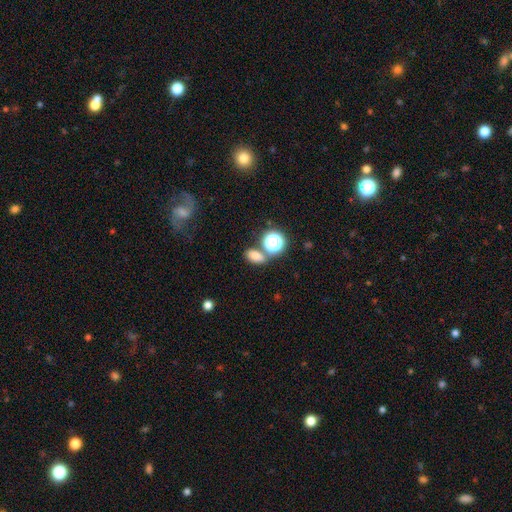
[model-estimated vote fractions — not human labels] A smooth galaxy with no disk features (76%) that is in between round and cigar-shaped (75%). Merging: none (66%).